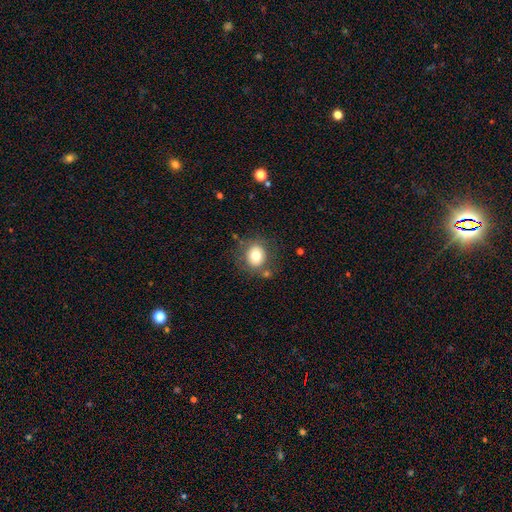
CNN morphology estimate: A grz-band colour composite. It shows a smooth galaxy with no disk features (76%) that is round (75%). Merging: none (77%).